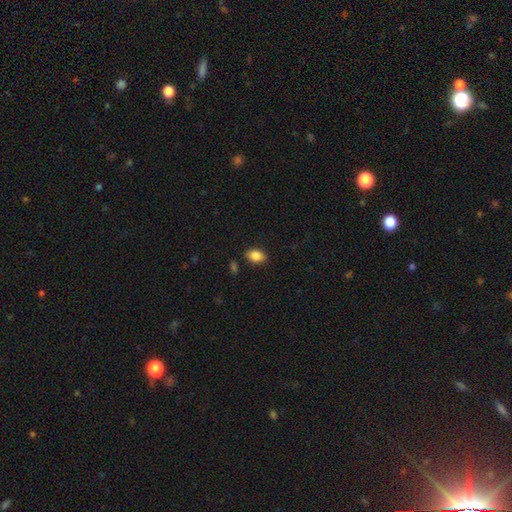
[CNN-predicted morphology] Q: Smooth or featured?
A: smooth (86%); runner-up: star or artifact (8%)
Q: How rounded?
A: in between (85%); runner-up: round (14%)
Q: Merging?
A: none (86%); runner-up: minor disturbance (9%)